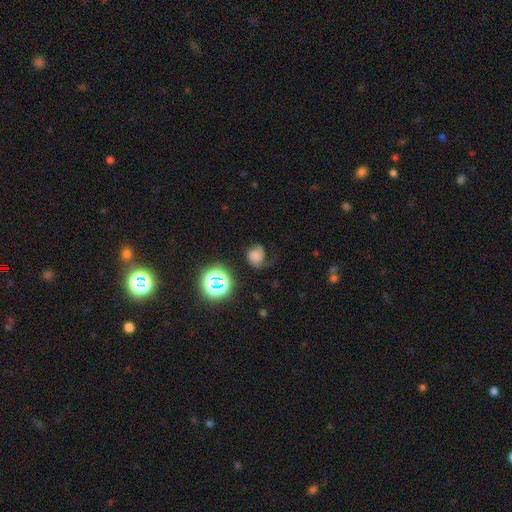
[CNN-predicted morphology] Q: Smooth or featured?
A: smooth (51%); runner-up: featured or disk (28%)
Q: How rounded?
A: round (69%); runner-up: in between (30%)
Q: Merging?
A: none (45%); runner-up: minor disturbance (28%)